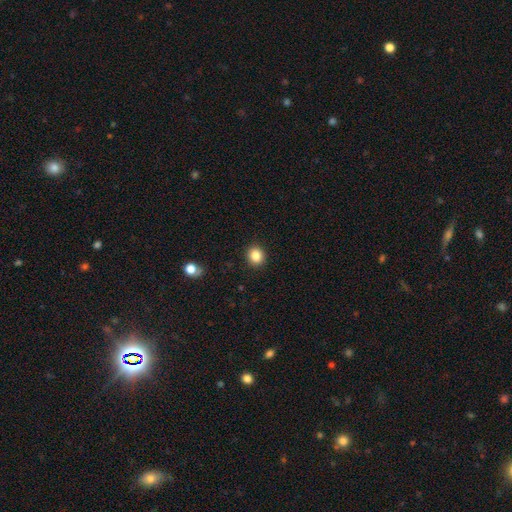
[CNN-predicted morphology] Smooth or featured? Predicted: smooth (p=0.85). How rounded? Predicted: round (p=0.80). Merging? Predicted: none (p=0.91).